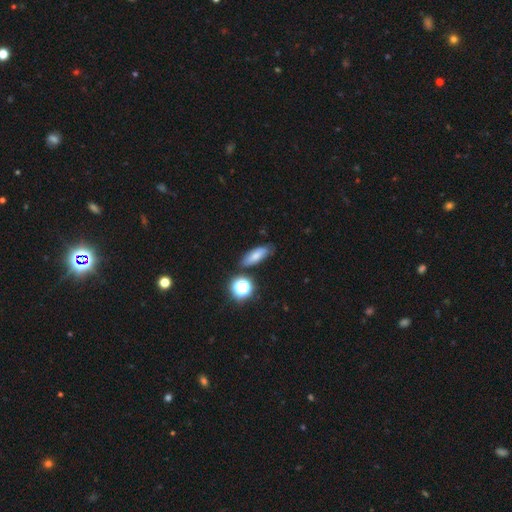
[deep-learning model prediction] This appears to be a smooth galaxy with no disk features (71%) that is in between round and cigar-shaped (64%). Merging: none (76%).